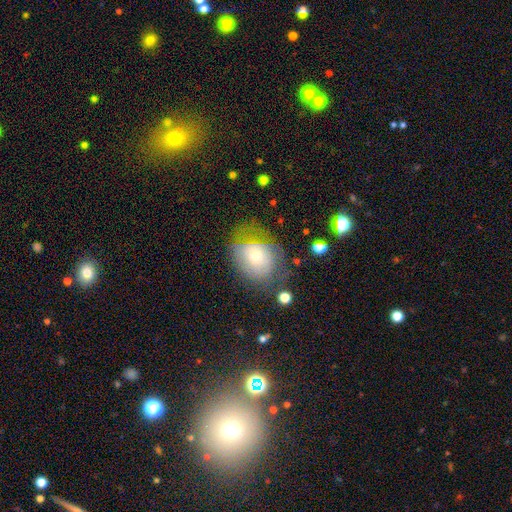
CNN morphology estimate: smooth-or-featured: smooth: 56% | featured or disk: 33% | star or artifact: 11%
  how-rounded: in between: 52% | round: 47% | cigar-shaped: 1%
  merging: none: 50% | minor disturbance: 27% | major disturbance: 21% | merger: 3%